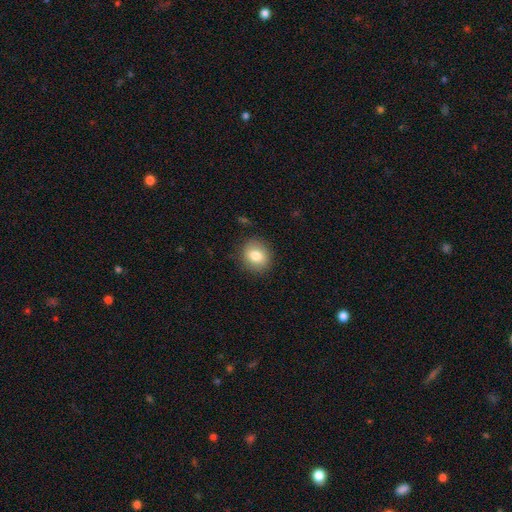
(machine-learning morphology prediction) smooth_or_featured: smooth (p=0.80) [alt: featured or disk p=0.11]
how_rounded: round (p=0.77) [alt: in between p=0.22]
merging: none (p=0.87) [alt: minor disturbance p=0.09]